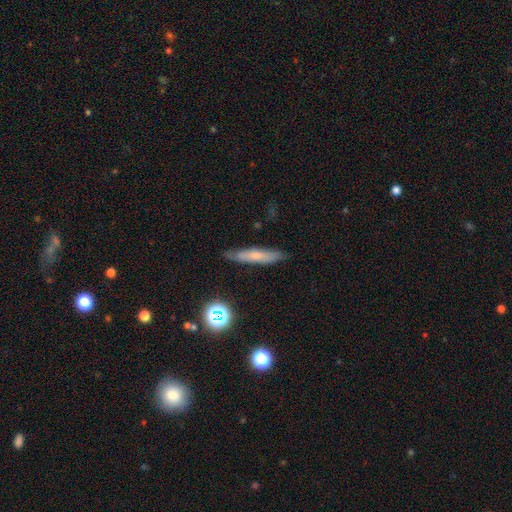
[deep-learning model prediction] smooth_or_featured: smooth (p=0.58) [alt: featured or disk p=0.33]
how_rounded: cigar-shaped (p=0.87) [alt: in between p=0.11]
merging: none (p=0.82) [alt: minor disturbance p=0.13]